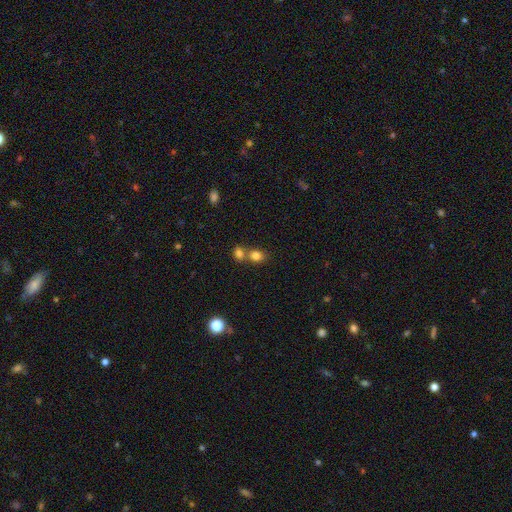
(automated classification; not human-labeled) Morphology: type=smooth (81%); roundness=round (54%); merging=merger (48%).